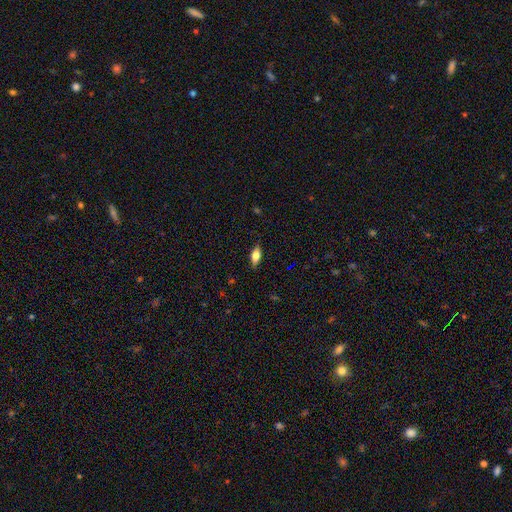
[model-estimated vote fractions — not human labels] This appears to be a smooth galaxy with no disk features (68%) that is in between round and cigar-shaped (82%). Merging: none (85%).